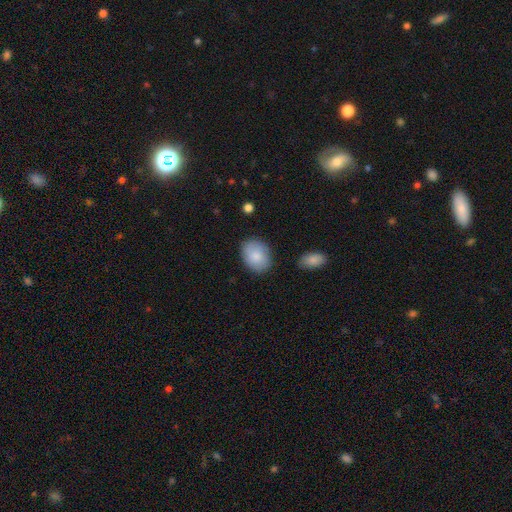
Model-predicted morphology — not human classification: Smooth or featured: smooth — 84% (featured or disk — 9%)
How rounded: in between — 70% (round — 29%)
Merging: none — 81% (minor disturbance — 13%)